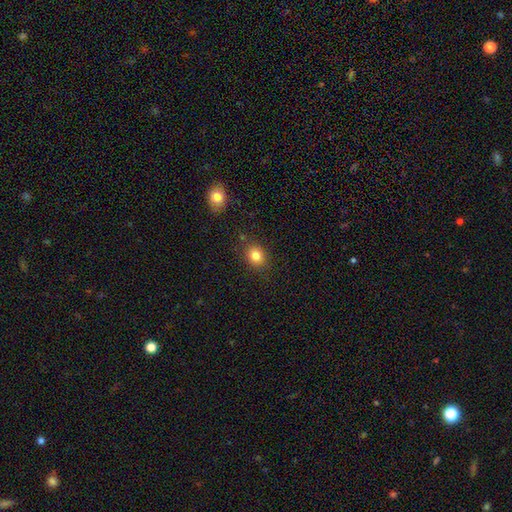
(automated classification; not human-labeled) smooth-or-featured: smooth: 83% | star or artifact: 11% | featured or disk: 7%
  how-rounded: round: 55% | in between: 44% | cigar-shaped: 1%
  merging: none: 81% | minor disturbance: 12% | merger: 4% | major disturbance: 3%